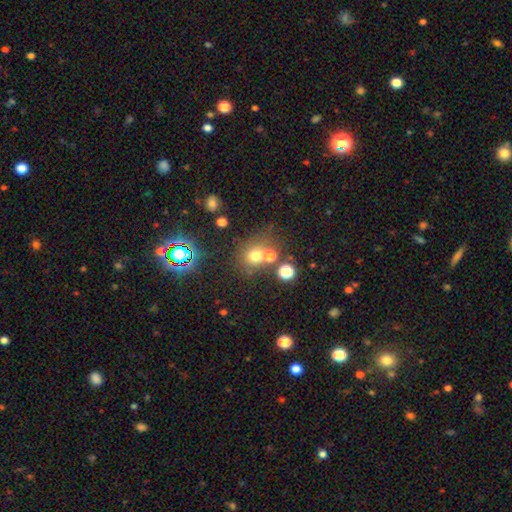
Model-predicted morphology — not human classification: Smooth or featured?
  - smooth: 64% *
  - star or artifact: 25%
  - featured or disk: 11%
How rounded?
  - round: 82% *
  - in between: 17%
  - cigar-shaped: 1%
Merging?
  - none: 57% *
  - merger: 27%
  - minor disturbance: 10%
  - major disturbance: 6%